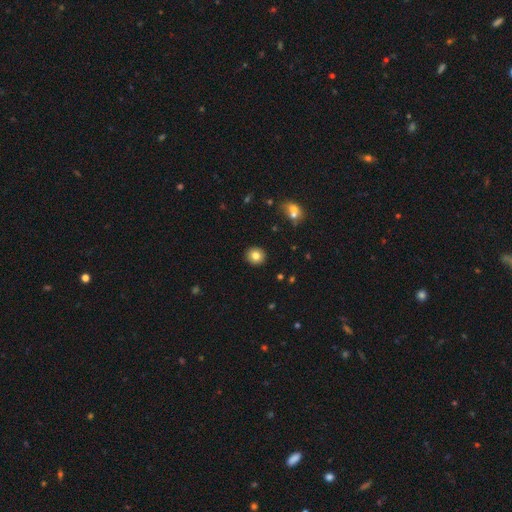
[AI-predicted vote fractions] Q: Smooth or featured?
A: smooth (81%); runner-up: star or artifact (11%)
Q: How rounded?
A: round (88%); runner-up: in between (11%)
Q: Merging?
A: none (92%); runner-up: minor disturbance (5%)